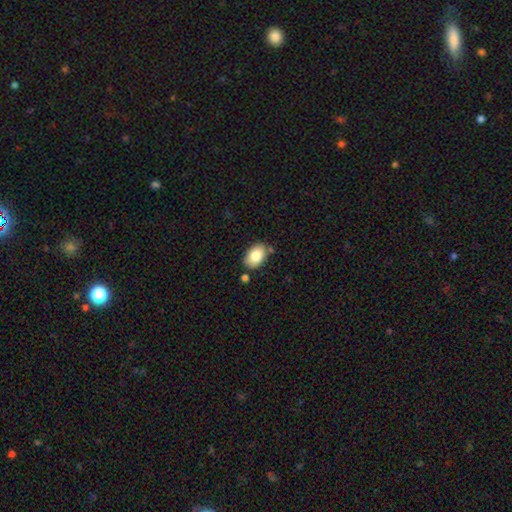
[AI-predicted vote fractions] Overall: smooth (83%). How rounded: in between (87%). Merging: none (76%).